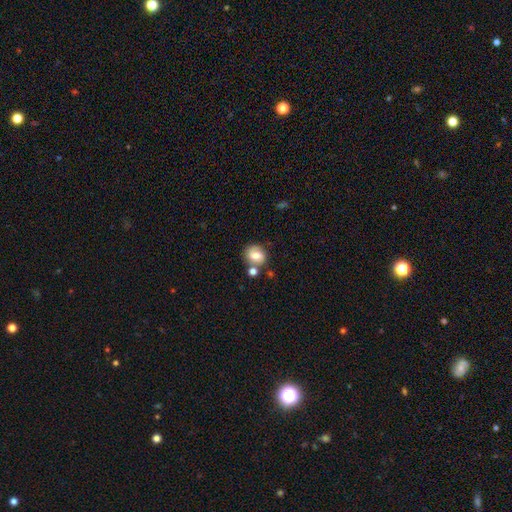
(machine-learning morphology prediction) smooth-or-featured: smooth: 77% | featured or disk: 14% | star or artifact: 9%
  how-rounded: round: 53% | in between: 46% | cigar-shaped: 1%
  merging: none: 56% | merger: 23% | minor disturbance: 16% | major disturbance: 5%